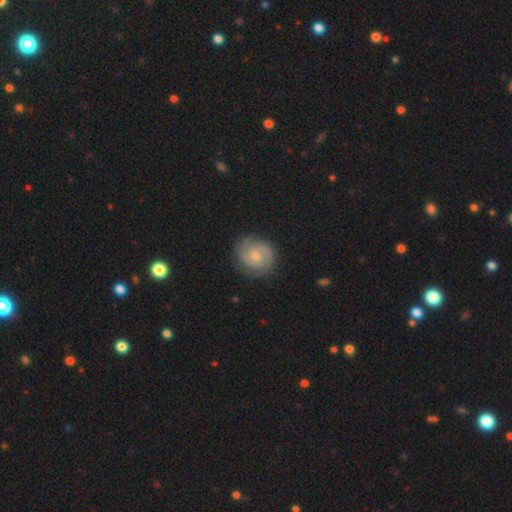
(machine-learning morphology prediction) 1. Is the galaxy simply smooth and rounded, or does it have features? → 74% featured or disk, 21% smooth, 6% star or artifact.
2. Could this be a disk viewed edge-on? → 98% no, 2% yes.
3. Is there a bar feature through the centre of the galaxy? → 59% no, 36% weak, 5% strong.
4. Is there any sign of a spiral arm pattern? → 93% yes, 7% no.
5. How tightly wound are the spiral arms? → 52% tight, 38% medium, 10% loose.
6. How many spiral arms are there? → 80% 2, 10% can't tell, 5% 3, 2% 1, 2% 4, 2% more than 4.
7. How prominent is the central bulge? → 48% moderate, 46% small, 2% none, 2% large, 1% dominant.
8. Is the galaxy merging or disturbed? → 84% none, 12% minor disturbance, 3% major disturbance, 1% merger.